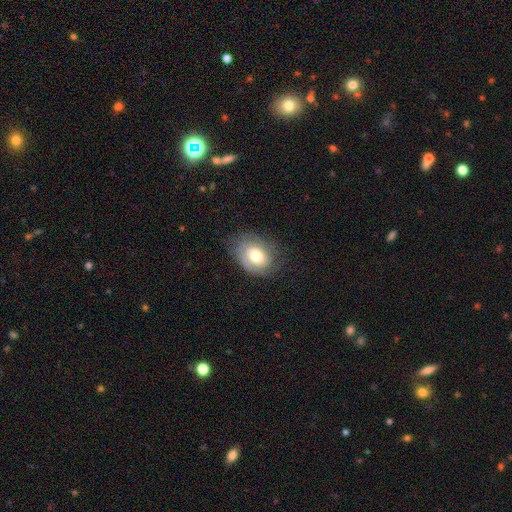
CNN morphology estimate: A featured or disk galaxy (50%).

Vote fractions:
- Smooth or featured? featured or disk: 50% / smooth: 42% / star or artifact: 7%
- Edge-on disk? no: 95% / yes: 5%
- Merging? none: 67% / minor disturbance: 22% / major disturbance: 10% / merger: 1%